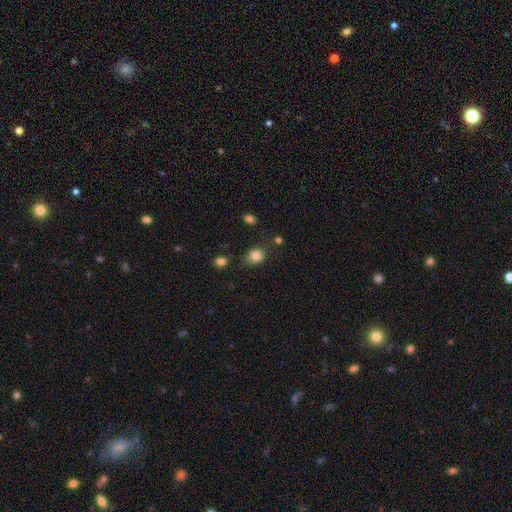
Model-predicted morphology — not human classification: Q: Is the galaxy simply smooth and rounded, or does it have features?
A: smooth — 82%.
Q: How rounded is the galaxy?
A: round — 60%.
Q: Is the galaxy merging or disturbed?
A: none — 64%.